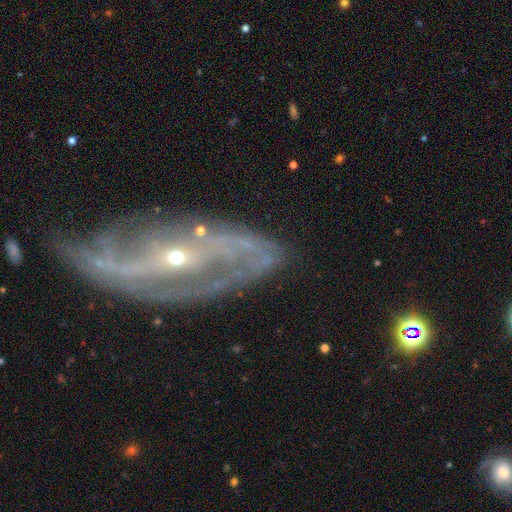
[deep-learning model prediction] featured or disk 85%, star or artifact 8%, smooth 8%. Down the decision tree: edge-on disk — no (93%); bar — no (44%); spiral arms — yes (89%); spiral arm count — 2 (73%); spiral winding — medium (42%); bulge size — small (69%); merging — none (68%).